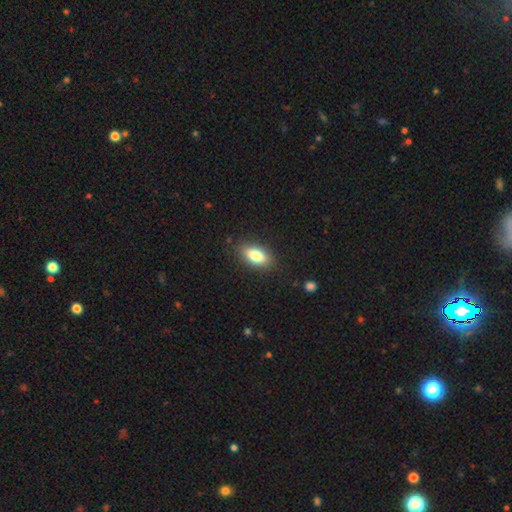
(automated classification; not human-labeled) A smooth galaxy with no disk features (78%) that is in between round and cigar-shaped (86%). Merging: none (86%).